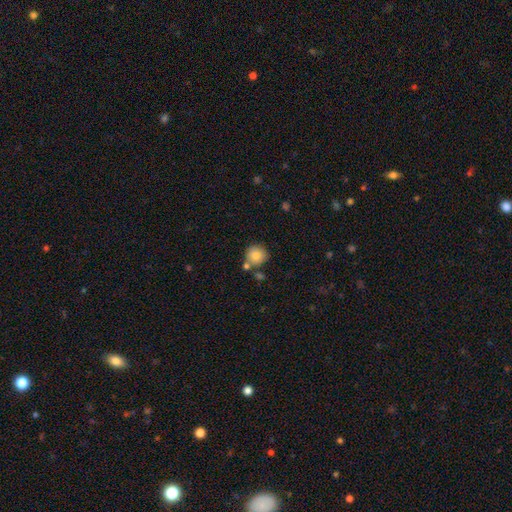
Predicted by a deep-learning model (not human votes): smooth-or-featured: smooth: 84% | star or artifact: 8% | featured or disk: 7%
  how-rounded: round: 89% | in between: 10% | cigar-shaped: 1%
  merging: none: 68% | merger: 16% | minor disturbance: 13% | major disturbance: 3%